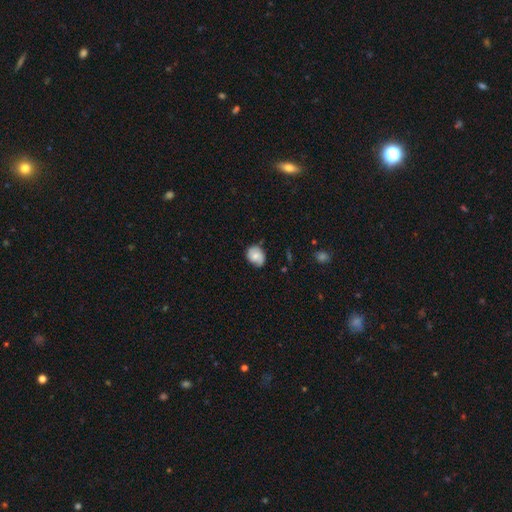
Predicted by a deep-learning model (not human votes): A smooth galaxy with no disk features (58%) that is in between round and cigar-shaped (50%).

Vote fractions:
- Smooth or featured? smooth: 58% / featured or disk: 34% / star or artifact: 8%
- How rounded? in between: 50% / round: 49% / cigar-shaped: 1%
- Merging? none: 60% / minor disturbance: 31% / major disturbance: 7% / merger: 2%